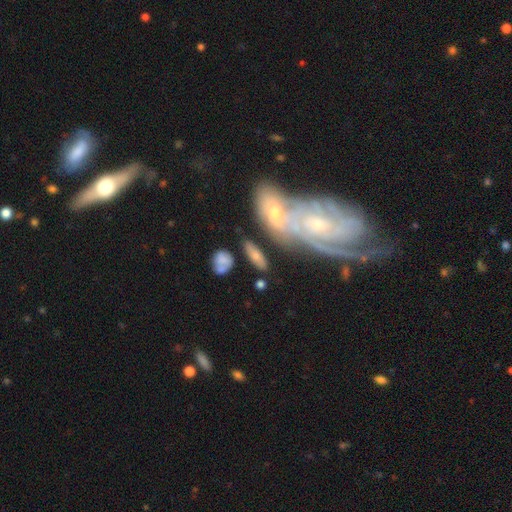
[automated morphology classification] Q: Smooth or featured?
A: smooth (58%); runner-up: featured or disk (35%)
Q: How rounded?
A: in between (71%); runner-up: cigar-shaped (23%)
Q: Merging?
A: none (65%); runner-up: minor disturbance (16%)